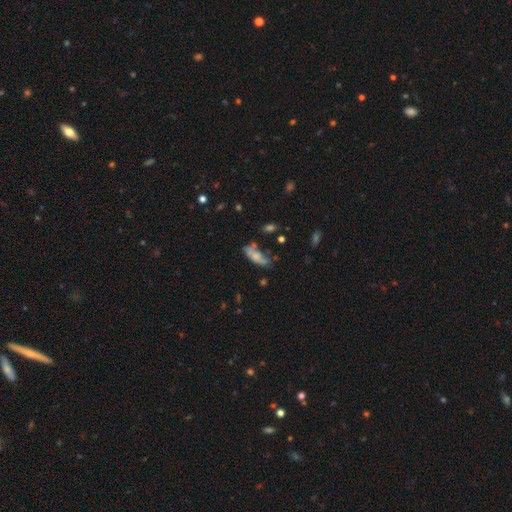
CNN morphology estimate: Smooth or featured?
  - smooth: 62% *
  - featured or disk: 28%
  - star or artifact: 10%
How rounded?
  - in between: 69% *
  - cigar-shaped: 28%
  - round: 3%
Merging?
  - none: 36% *
  - minor disturbance: 30%
  - major disturbance: 20%
  - merger: 15%